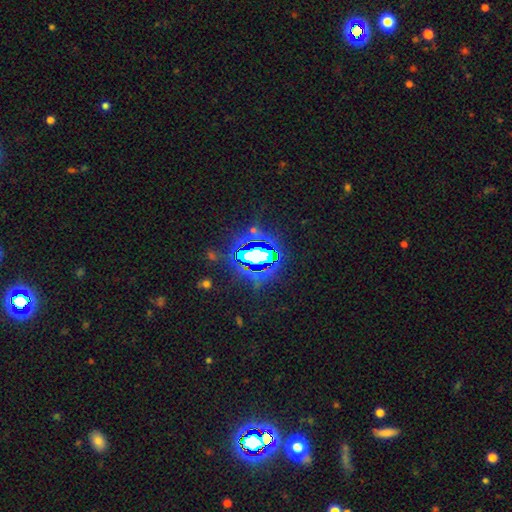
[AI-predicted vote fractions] The model was most divided on "smooth or featured": star or artifact: 75%, smooth: 13%, featured or disk: 12%.